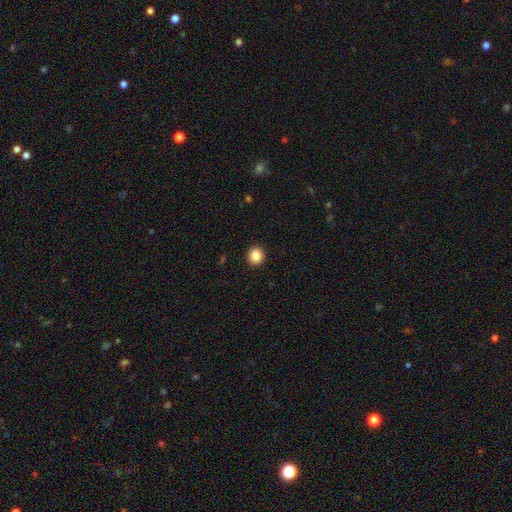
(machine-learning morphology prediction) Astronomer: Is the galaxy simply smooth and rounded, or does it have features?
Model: smooth — 86%.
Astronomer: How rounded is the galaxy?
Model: round — 85%.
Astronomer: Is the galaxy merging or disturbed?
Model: none — 93%.